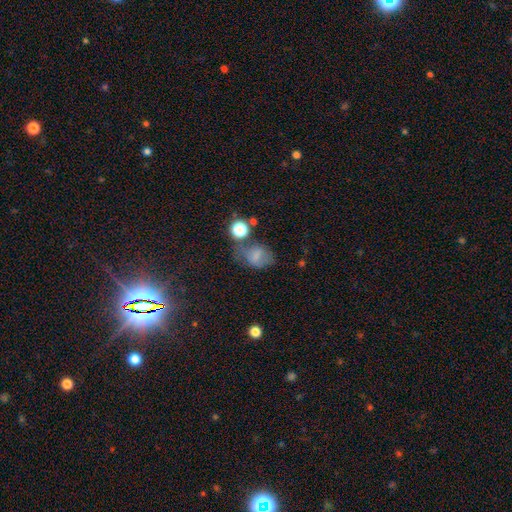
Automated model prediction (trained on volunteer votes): smooth_or_featured: smooth (p=0.65) [alt: featured or disk p=0.19]
how_rounded: in between (p=0.67) [alt: round p=0.32]
merging: none (p=0.42) [alt: minor disturbance p=0.25]